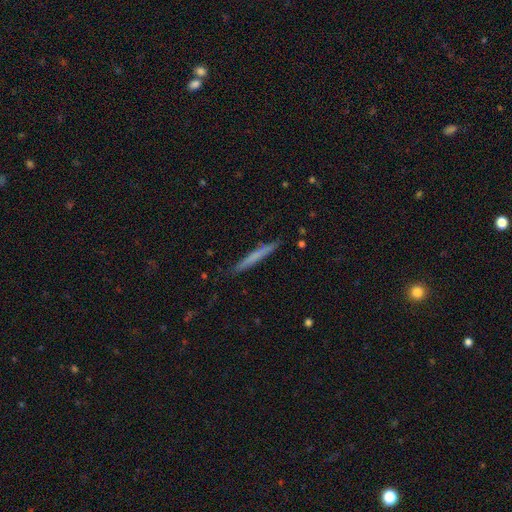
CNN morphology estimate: The model was most divided on "smooth or featured": smooth: 61%, featured or disk: 33%, star or artifact: 6%. More confident: how rounded — cigar-shaped (97%); merging — none (88%).